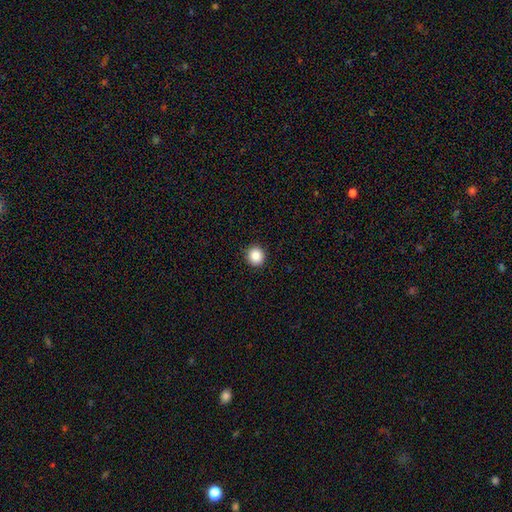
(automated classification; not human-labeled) A smooth galaxy with no disk features (88%) that is round (93%).

Vote fractions:
- Smooth or featured? smooth: 88% / star or artifact: 9% / featured or disk: 3%
- How rounded? round: 93% / in between: 6% / cigar-shaped: 1%
- Merging? none: 92% / minor disturbance: 5% / major disturbance: 2% / merger: 1%